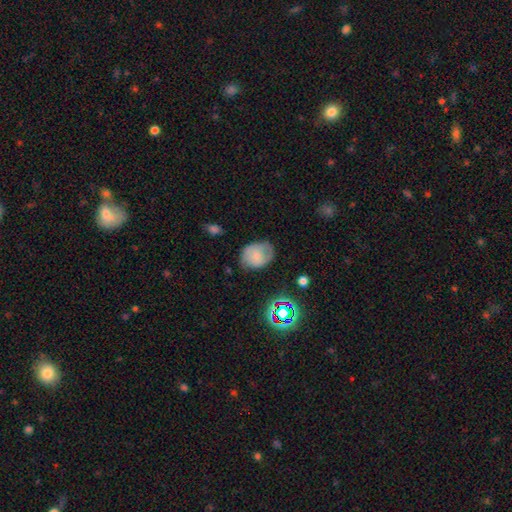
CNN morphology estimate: smooth-or-featured: smooth: 66% | featured or disk: 24% | star or artifact: 11%
  how-rounded: in between: 56% | round: 43% | cigar-shaped: 1%
  merging: none: 61% | minor disturbance: 28% | major disturbance: 9% | merger: 2%